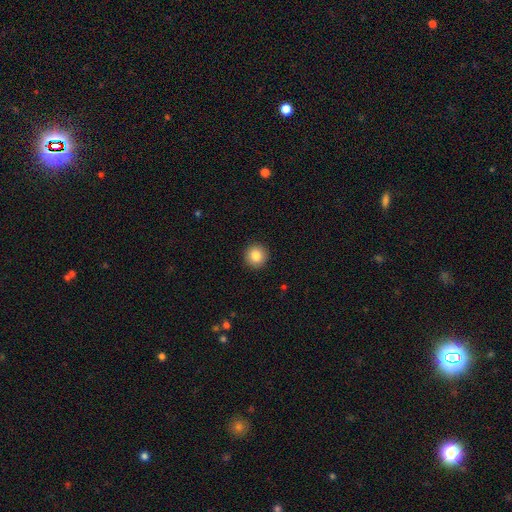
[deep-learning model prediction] This is clearly a smooth galaxy (85%). How rounded: clearly round (94%). Merging: clearly none (93%).